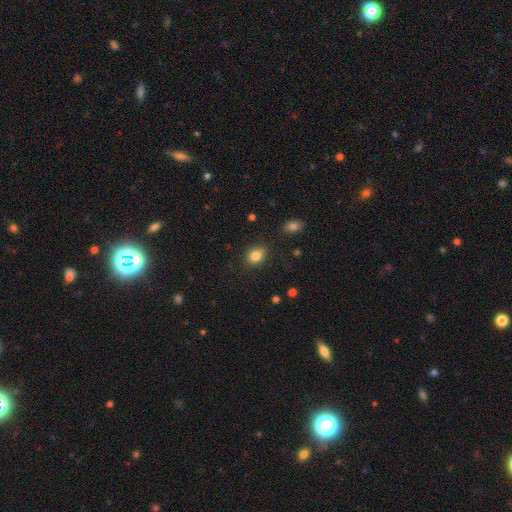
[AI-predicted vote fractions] smooth-or-featured: smooth: 83% | star or artifact: 10% | featured or disk: 6%
  how-rounded: in between: 56% | round: 42% | cigar-shaped: 1%
  merging: none: 81% | minor disturbance: 13% | major disturbance: 4% | merger: 2%